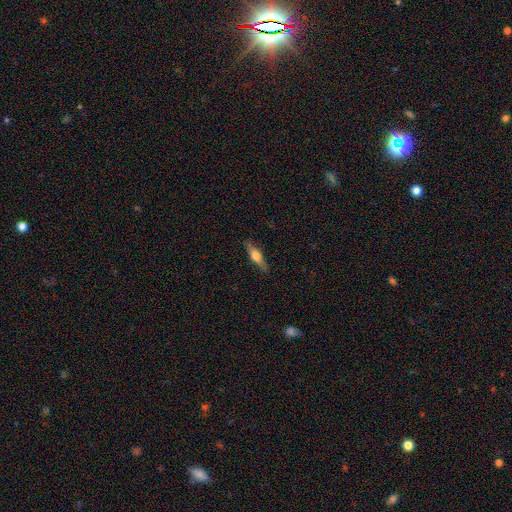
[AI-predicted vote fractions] Overall: smooth (48%; featured or disk 45%). Merging: none (85%).